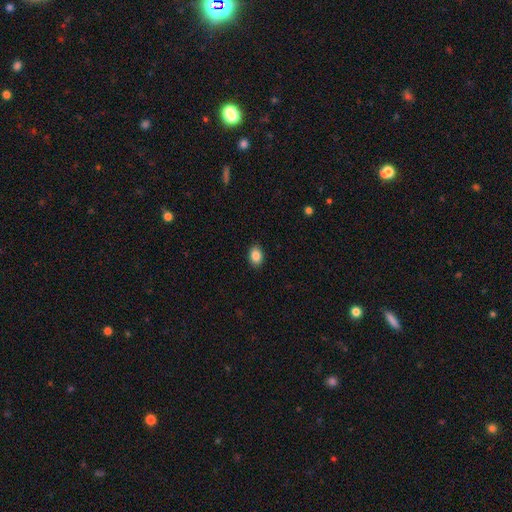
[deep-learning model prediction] Morphology: type=smooth (87%); roundness=in between (79%); merging=none (89%).